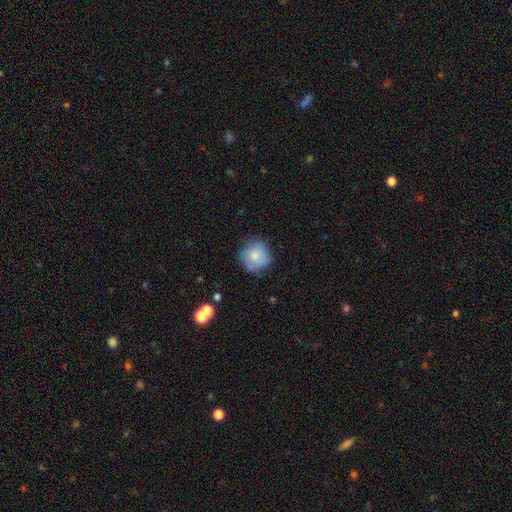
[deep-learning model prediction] smooth 77%, featured or disk 15%, star or artifact 8%. Down the decision tree: how rounded — round (90%); merging — none (71%).